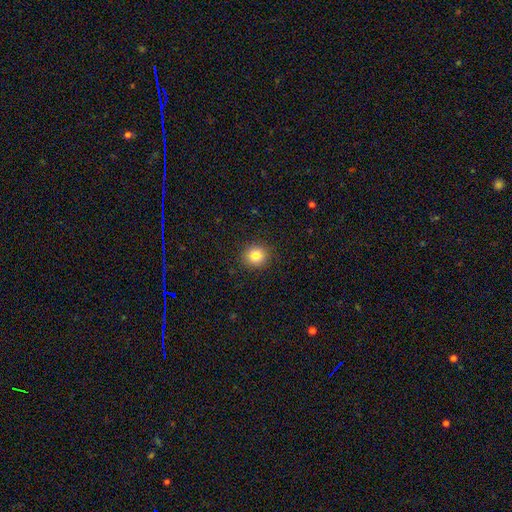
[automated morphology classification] Q: Smooth or featured?
A: smooth (79%); runner-up: star or artifact (13%)
Q: How rounded?
A: round (83%); runner-up: in between (16%)
Q: Merging?
A: none (85%); runner-up: minor disturbance (9%)